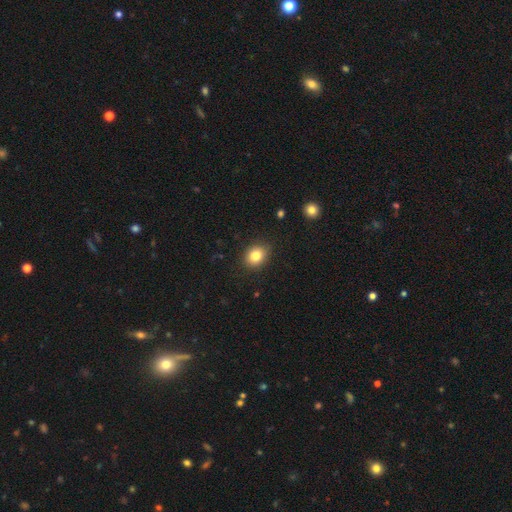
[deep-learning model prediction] A smooth galaxy with no disk features (82%) that is round (52%).

Vote fractions:
- Smooth or featured? smooth: 82% / star or artifact: 10% / featured or disk: 8%
- How rounded? round: 52% / in between: 47% / cigar-shaped: 1%
- Merging? none: 87% / minor disturbance: 10% / major disturbance: 2% / merger: 1%